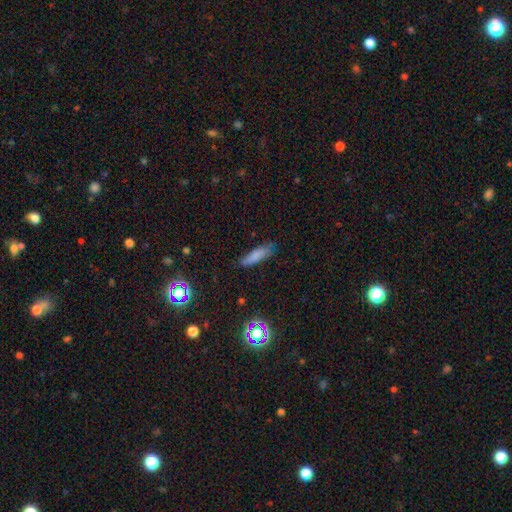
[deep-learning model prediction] Overall: smooth (75%). How rounded: cigar-shaped (68%; in between 30%). Merging: none (70%).